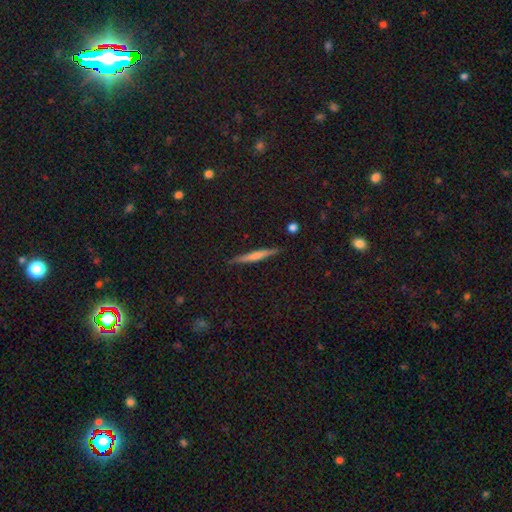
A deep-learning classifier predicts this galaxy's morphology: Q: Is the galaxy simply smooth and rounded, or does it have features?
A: smooth — 52%.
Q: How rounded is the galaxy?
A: cigar-shaped — 94%.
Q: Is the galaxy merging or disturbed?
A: none — 89%.